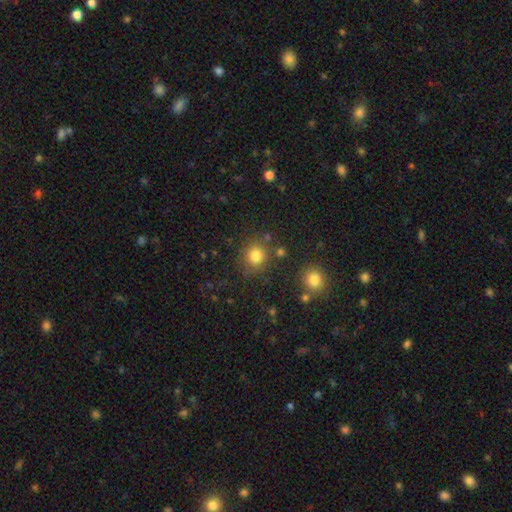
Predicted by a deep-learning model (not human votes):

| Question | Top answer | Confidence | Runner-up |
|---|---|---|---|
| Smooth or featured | smooth | 80% | star or artifact (14%) |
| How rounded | round | 87% | in between (12%) |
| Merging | none | 80% | minor disturbance (10%) |